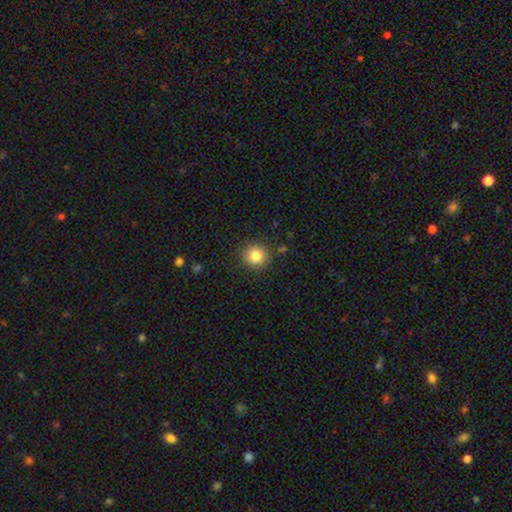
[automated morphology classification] Q: Smooth or featured?
A: smooth (84%); runner-up: star or artifact (11%)
Q: How rounded?
A: round (91%); runner-up: in between (8%)
Q: Merging?
A: none (89%); runner-up: minor disturbance (7%)